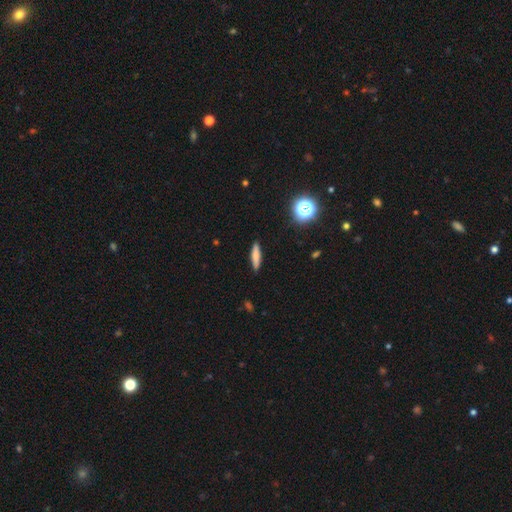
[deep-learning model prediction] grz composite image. It shows a smooth galaxy with no disk features (69%) that is cigar-shaped (80%). Merging: none (89%).